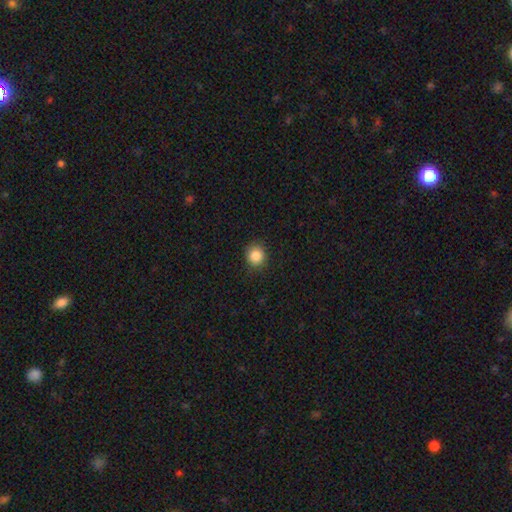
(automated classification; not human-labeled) This appears to be a smooth galaxy with no disk features (87%) that is round (89%). Merging: none (89%).